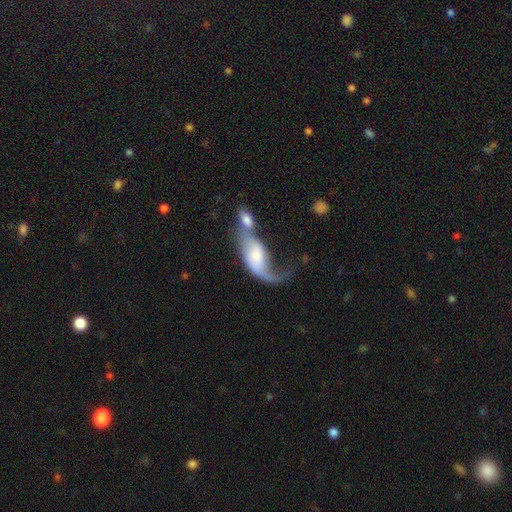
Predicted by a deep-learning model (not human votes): Overall: featured or disk (58%; smooth 36%). Edge-on disk: no (90%). Bar: no (60%; weak 31%). Spiral arms: yes (75%). Bulge size: moderate (39%; small 35%). Merging: merger (56%; major disturbance 22%).